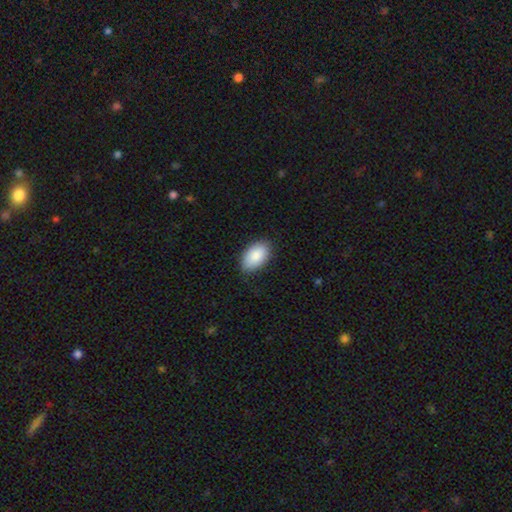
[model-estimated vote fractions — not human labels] A smooth galaxy with no disk features (88%) that is in between round and cigar-shaped (95%). Merging: none (84%).